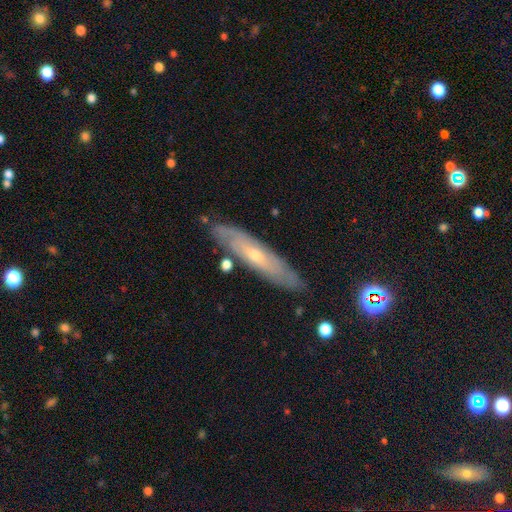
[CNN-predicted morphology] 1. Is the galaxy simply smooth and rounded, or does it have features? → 63% featured or disk, 31% smooth, 6% star or artifact.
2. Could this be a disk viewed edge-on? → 53% no, 47% yes.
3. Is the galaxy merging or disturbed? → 80% none, 14% minor disturbance, 3% merger, 3% major disturbance.